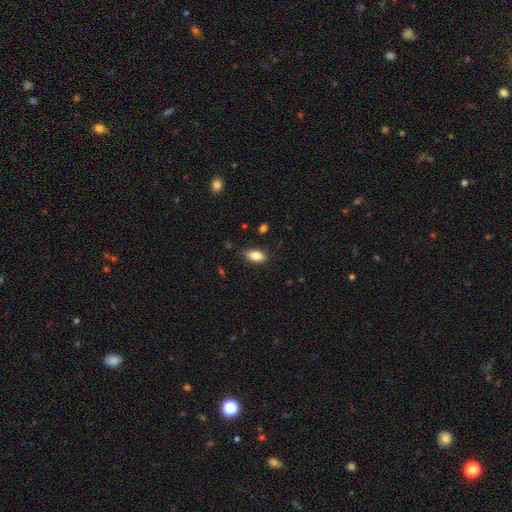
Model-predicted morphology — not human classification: This is clearly a smooth galaxy (83%). How rounded: clearly in between (89%). Merging: likely none (78%).